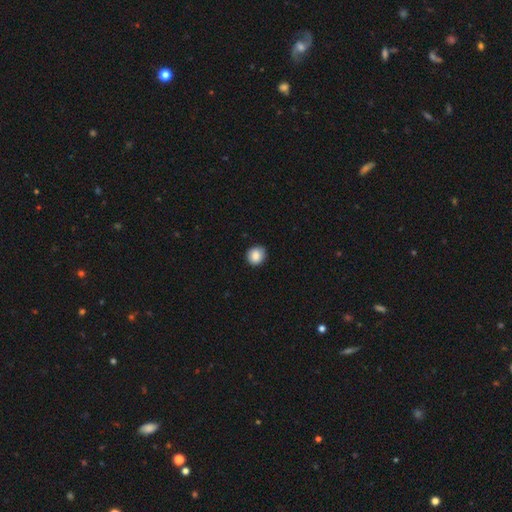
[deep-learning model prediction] smooth_or_featured: smooth (p=0.85) [alt: star or artifact p=0.09]
how_rounded: round (p=0.84) [alt: in between p=0.15]
merging: none (p=0.88) [alt: minor disturbance p=0.09]